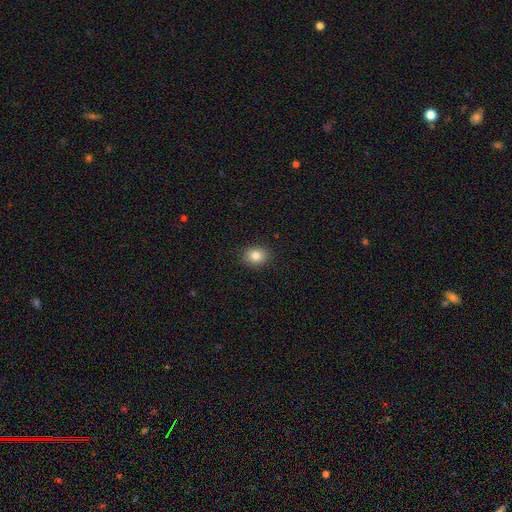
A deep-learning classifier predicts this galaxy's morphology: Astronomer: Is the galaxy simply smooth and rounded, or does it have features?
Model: smooth — 83%.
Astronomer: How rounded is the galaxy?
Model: round — 52% (runner-up: in between, 47%).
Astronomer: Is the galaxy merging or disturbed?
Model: none — 90%.